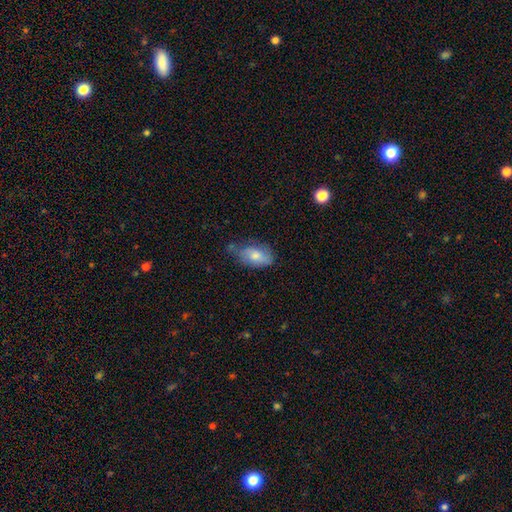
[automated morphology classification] Overall: smooth (74%). How rounded: in between (92%). Merging: none (49%; minor disturbance 36%).